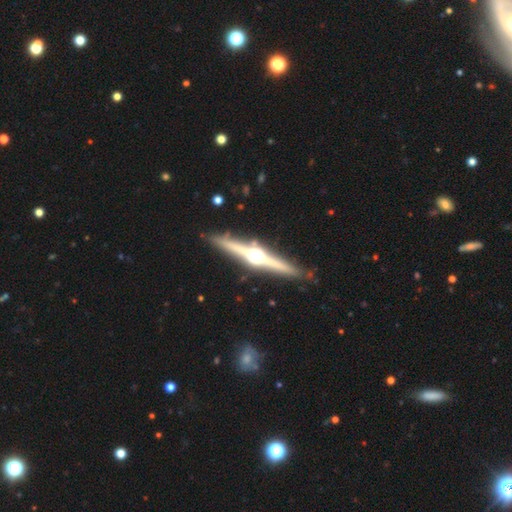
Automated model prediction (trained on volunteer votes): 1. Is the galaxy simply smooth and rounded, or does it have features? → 82% featured or disk, 13% smooth, 5% star or artifact.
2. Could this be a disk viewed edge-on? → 98% yes, 2% no.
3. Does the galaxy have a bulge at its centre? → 95% rounded, 3% boxy, 2% none.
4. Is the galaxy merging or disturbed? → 87% none, 9% minor disturbance, 2% merger, 2% major disturbance.